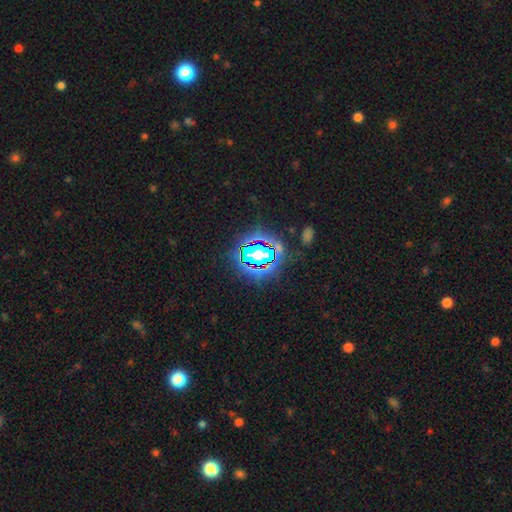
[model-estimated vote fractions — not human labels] Smooth or featured: star or artifact — 73% (smooth — 16%)